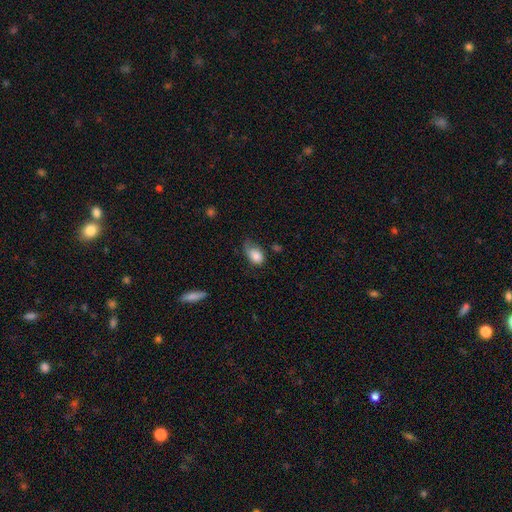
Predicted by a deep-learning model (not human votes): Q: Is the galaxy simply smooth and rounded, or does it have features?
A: smooth — 82%.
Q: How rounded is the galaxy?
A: in between — 83%.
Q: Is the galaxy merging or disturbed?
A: minor disturbance — 42%.